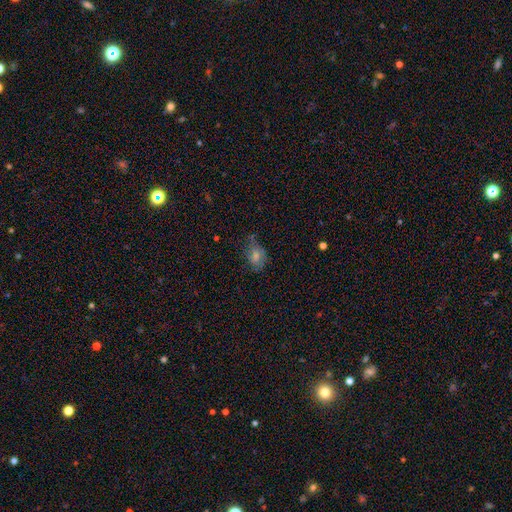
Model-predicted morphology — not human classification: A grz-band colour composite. It shows a smooth galaxy with no disk features (47%). Merging: none (61%).